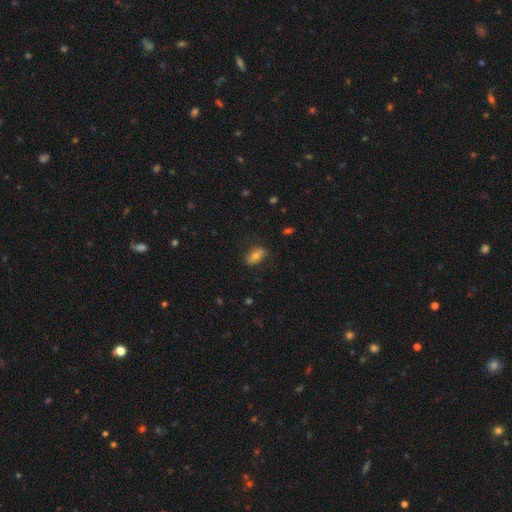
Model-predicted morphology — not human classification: This is likely a smooth galaxy (64%). How rounded: clearly in between (84%). Merging: likely none (77%).